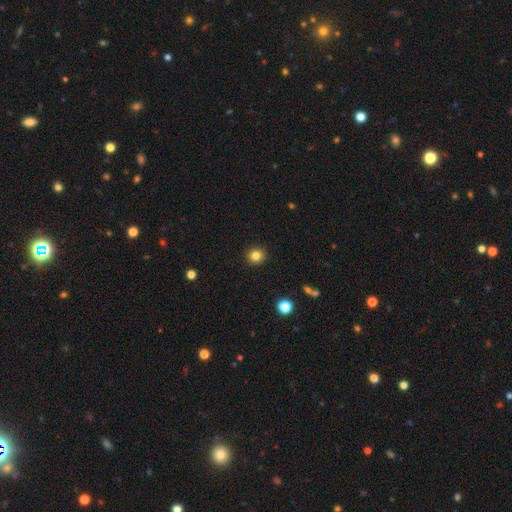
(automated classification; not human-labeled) Q: Smooth or featured?
A: smooth (83%); runner-up: star or artifact (12%)
Q: How rounded?
A: round (91%); runner-up: in between (8%)
Q: Merging?
A: none (92%); runner-up: minor disturbance (5%)